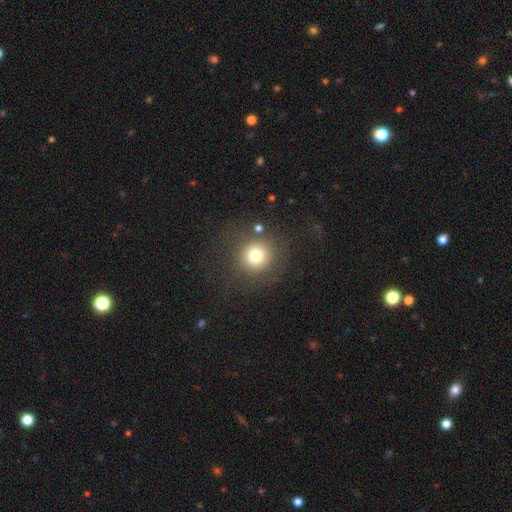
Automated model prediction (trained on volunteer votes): Smooth or featured? smooth (76%)
How rounded? round (93%)
Merging? none (82%)